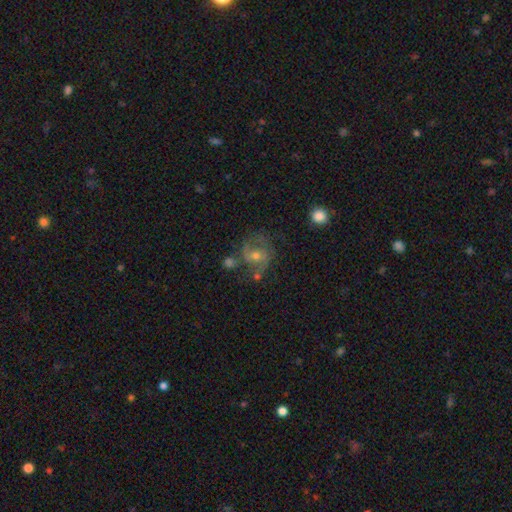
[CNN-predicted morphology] featured or disk 71%, smooth 19%, star or artifact 10%. Down the decision tree: edge-on disk — no (97%); bar — no (52%); spiral arms — yes (88%); spiral arm count — 2 (78%); spiral winding — medium (53%); bulge size — moderate (59%); merging — none (56%).